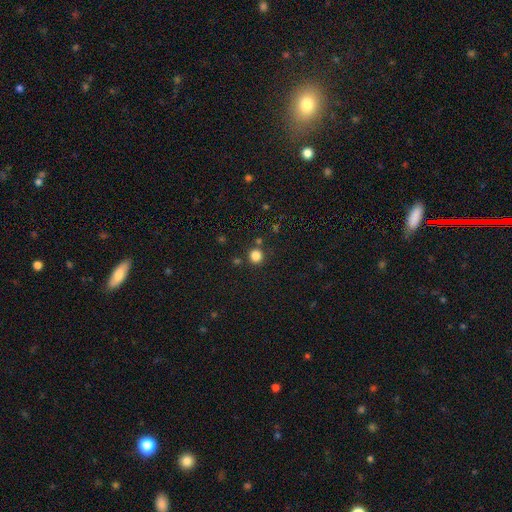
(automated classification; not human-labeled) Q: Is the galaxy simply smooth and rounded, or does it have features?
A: smooth — 83%.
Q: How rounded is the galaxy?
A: round — 92%.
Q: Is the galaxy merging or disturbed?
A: none — 85%.